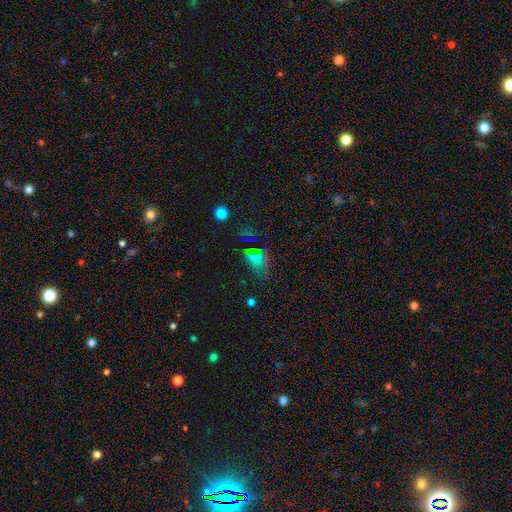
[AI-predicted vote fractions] This is marginally a smooth galaxy (45%). Merging: likely none (71%).